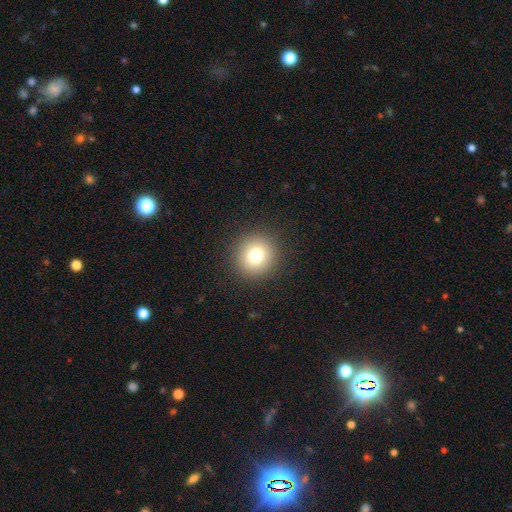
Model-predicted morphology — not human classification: smooth-or-featured: smooth: 77% | star or artifact: 13% | featured or disk: 10%
  how-rounded: round: 91% | in between: 8% | cigar-shaped: 1%
  merging: none: 91% | minor disturbance: 5% | major disturbance: 2% | merger: 1%